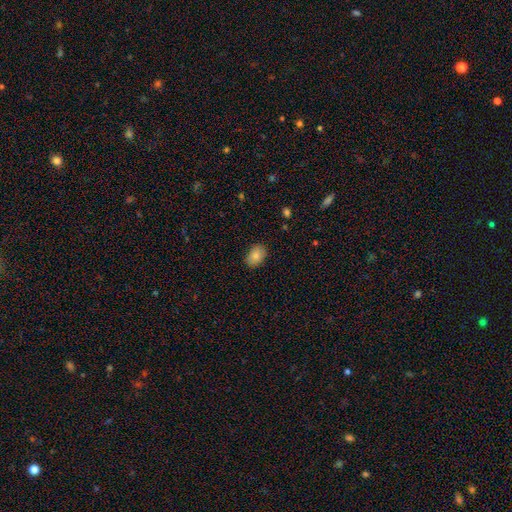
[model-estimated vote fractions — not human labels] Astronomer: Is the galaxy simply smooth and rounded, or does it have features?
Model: smooth — 83%.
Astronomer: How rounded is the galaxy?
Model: in between — 79%.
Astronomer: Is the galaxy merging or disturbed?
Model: none — 86%.